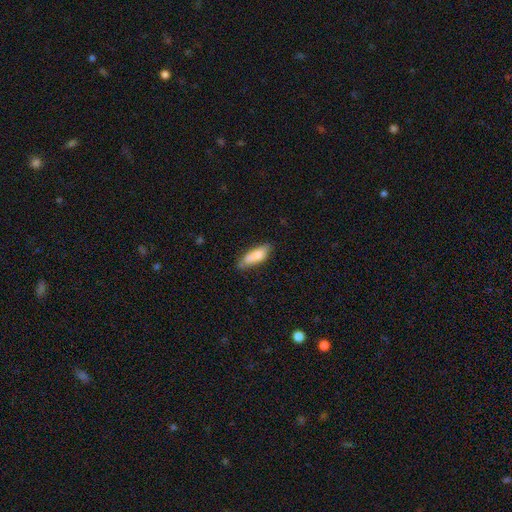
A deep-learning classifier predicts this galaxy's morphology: smooth 80%, featured or disk 14%, star or artifact 6%. Down the decision tree: how rounded — in between (55%); merging — none (62%).